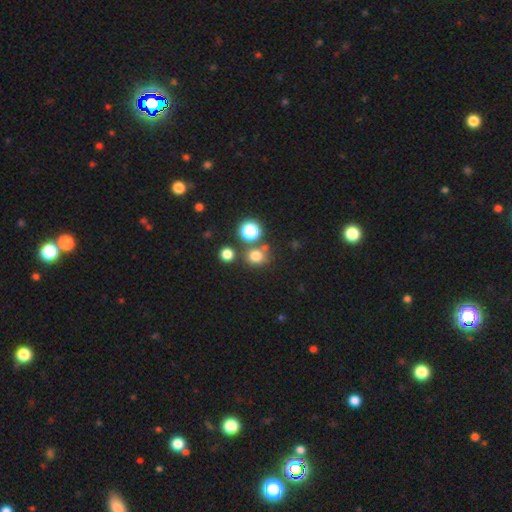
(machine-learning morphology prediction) Smooth or featured? smooth (73%)
How rounded? round (81%)
Merging? none (68%)